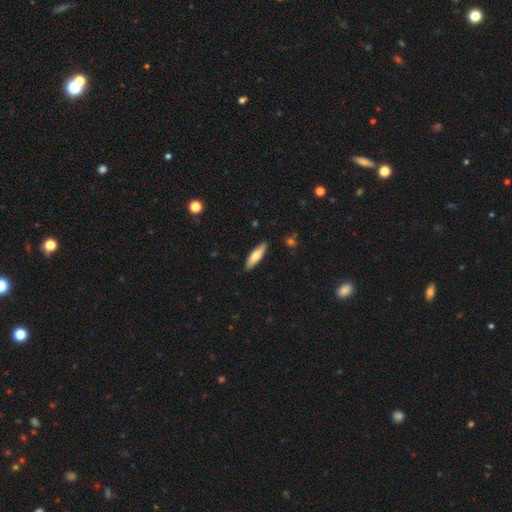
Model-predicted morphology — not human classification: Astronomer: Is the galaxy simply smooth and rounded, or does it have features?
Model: smooth — 66%.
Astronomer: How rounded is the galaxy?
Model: cigar-shaped — 60% (runner-up: in between, 38%).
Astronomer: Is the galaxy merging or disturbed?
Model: none — 89%.